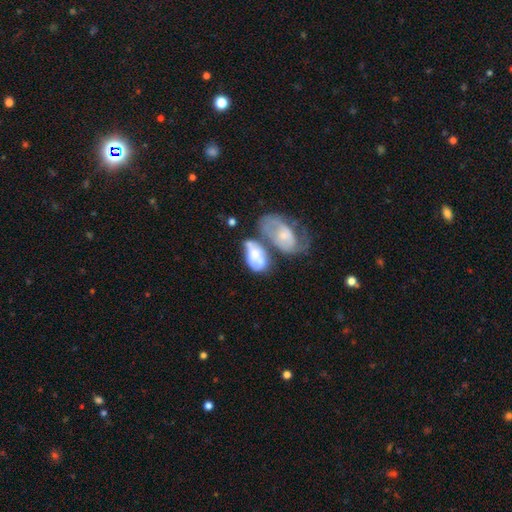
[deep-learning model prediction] Smooth or featured: featured or disk — 50% (smooth — 43%)
Merging: merger — 58% (major disturbance — 17%)